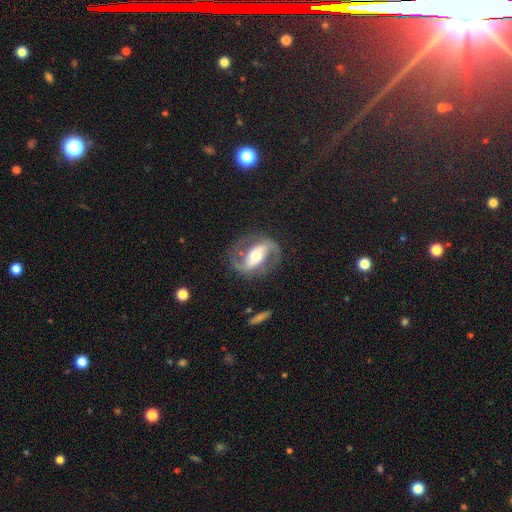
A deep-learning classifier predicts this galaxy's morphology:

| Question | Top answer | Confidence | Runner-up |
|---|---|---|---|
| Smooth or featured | featured or disk | 89% | smooth (6%) |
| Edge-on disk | no | 97% | yes (3%) |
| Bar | strong | 47% | weak (30%) |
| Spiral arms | yes | 96% | no (4%) |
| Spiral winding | medium | 51% | loose (34%) |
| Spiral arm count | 2 | 93% | 1 (2%) |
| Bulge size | moderate | 69% | small (16%) |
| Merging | none | 81% | minor disturbance (11%) |